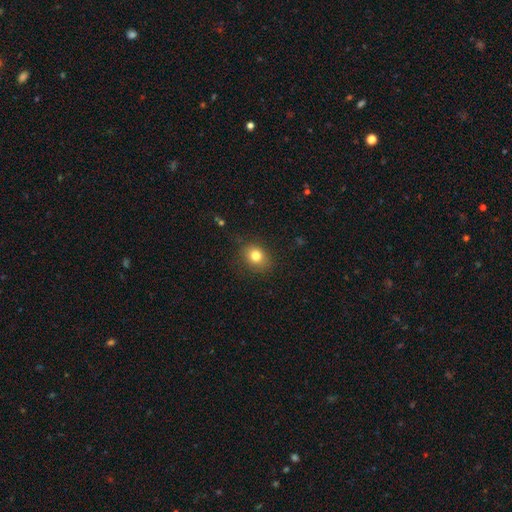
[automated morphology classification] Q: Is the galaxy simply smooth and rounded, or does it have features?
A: smooth — 80%.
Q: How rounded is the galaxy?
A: round — 60%.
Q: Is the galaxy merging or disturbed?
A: none — 81%.